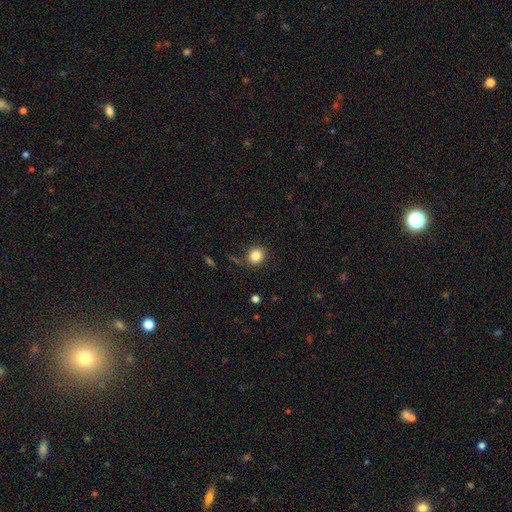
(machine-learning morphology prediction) type=smooth (84%); roundness=round (85%); merging=none (80%).